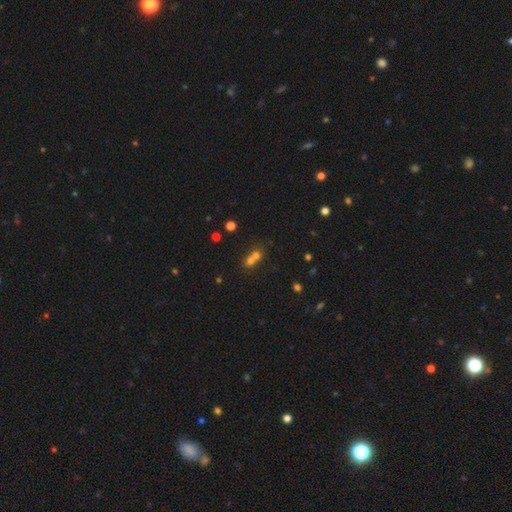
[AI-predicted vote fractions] This is likely a smooth galaxy (62%). How rounded: likely round (71%). Merging: likely merger (64%).